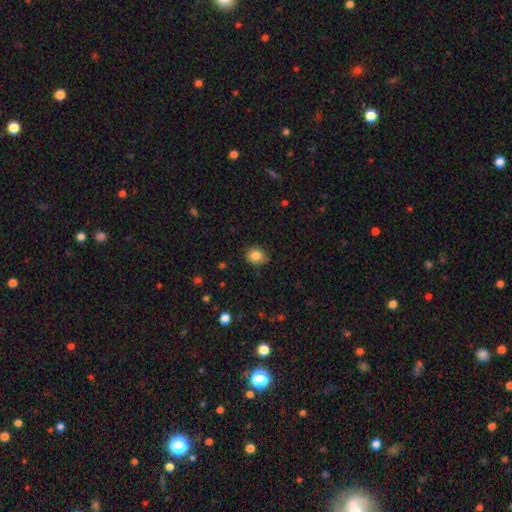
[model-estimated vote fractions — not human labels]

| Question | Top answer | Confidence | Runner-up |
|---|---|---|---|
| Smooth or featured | smooth | 84% | star or artifact (10%) |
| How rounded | round | 62% | in between (37%) |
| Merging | none | 80% | minor disturbance (16%) |